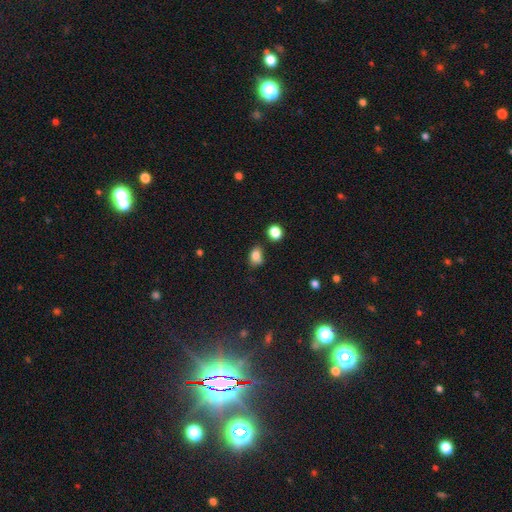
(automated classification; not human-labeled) smooth_or_featured: smooth (p=0.82) [alt: star or artifact p=0.11]
how_rounded: in between (p=0.67) [alt: round p=0.32]
merging: none (p=0.65) [alt: minor disturbance p=0.23]